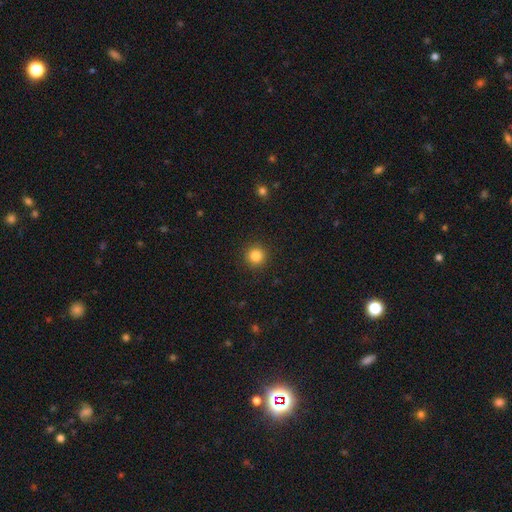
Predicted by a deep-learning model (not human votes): Smooth or featured: smooth — 84% (star or artifact — 11%)
How rounded: round — 95% (in between — 4%)
Merging: none — 92% (minor disturbance — 5%)